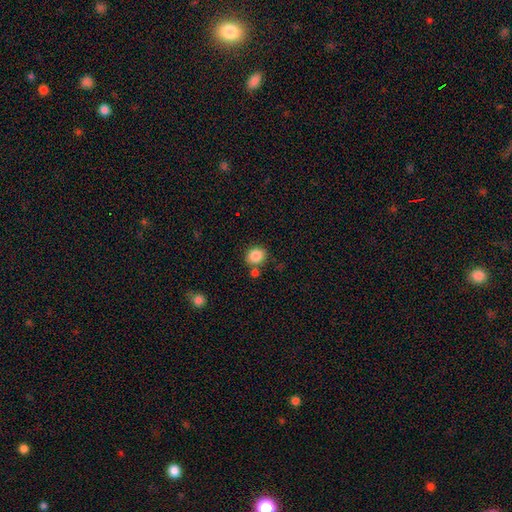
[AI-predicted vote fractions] smooth-or-featured: smooth: 86% | star or artifact: 9% | featured or disk: 5%
  how-rounded: round: 69% | in between: 30% | cigar-shaped: 1%
  merging: none: 72% | merger: 14% | minor disturbance: 11% | major disturbance: 3%